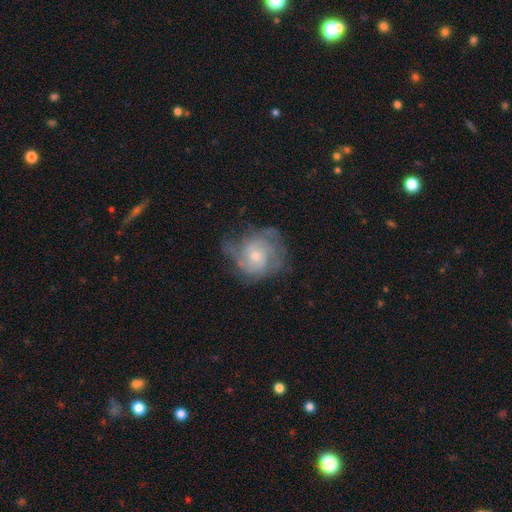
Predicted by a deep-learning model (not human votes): Morphology: type=featured or disk (71%); edge-on=no (98%); bar=no (79%); spiral arms=yes (84%); winding=tight (51%); arm count=can't tell (42%); bulge=small (53%); merging=none (56%).